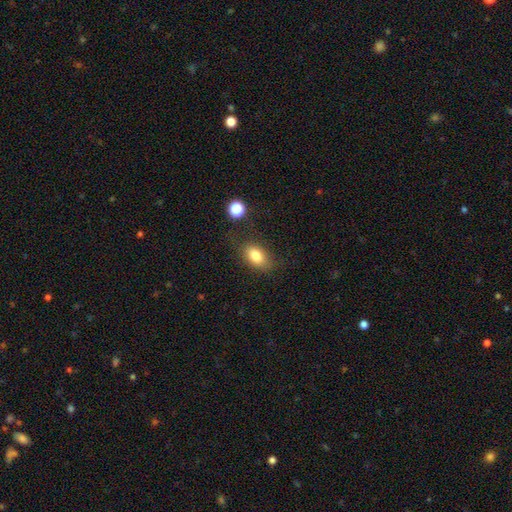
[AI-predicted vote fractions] Smooth or featured: smooth — 81% (featured or disk — 10%)
How rounded: in between — 83% (round — 15%)
Merging: none — 74% (minor disturbance — 16%)